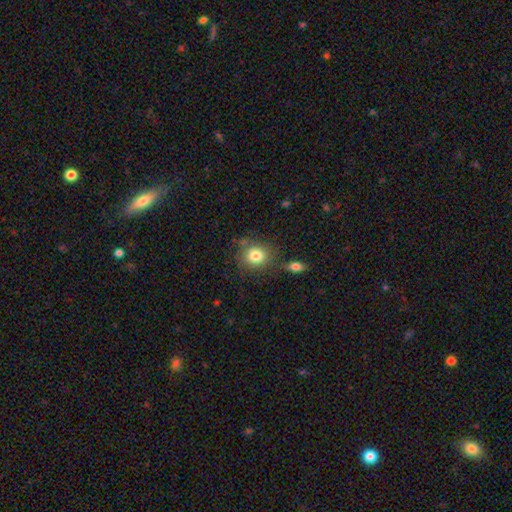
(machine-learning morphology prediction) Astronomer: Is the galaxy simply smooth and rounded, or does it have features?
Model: smooth — 81%.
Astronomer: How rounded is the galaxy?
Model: round — 80%.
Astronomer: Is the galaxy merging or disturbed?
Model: none — 75%.